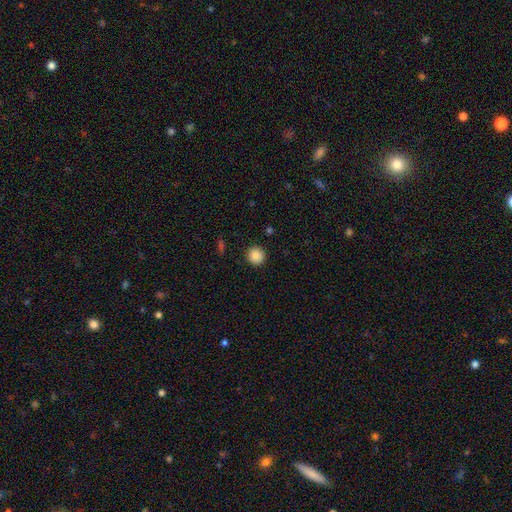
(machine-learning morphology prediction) A smooth galaxy with no disk features (87%) that is round (93%). Merging: none (91%).